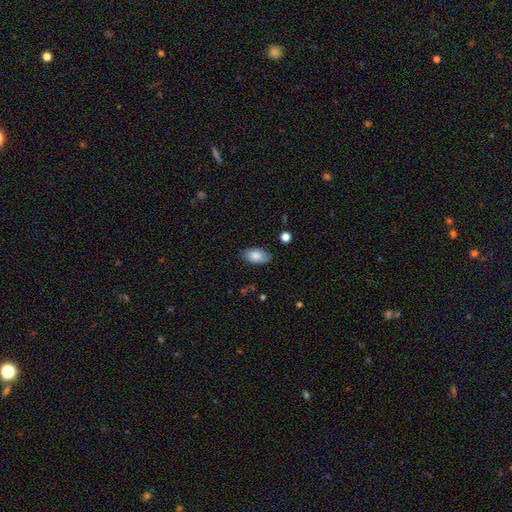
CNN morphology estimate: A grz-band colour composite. It shows a smooth galaxy with no disk features (84%) that is in between round and cigar-shaped (93%). Merging: none (81%).